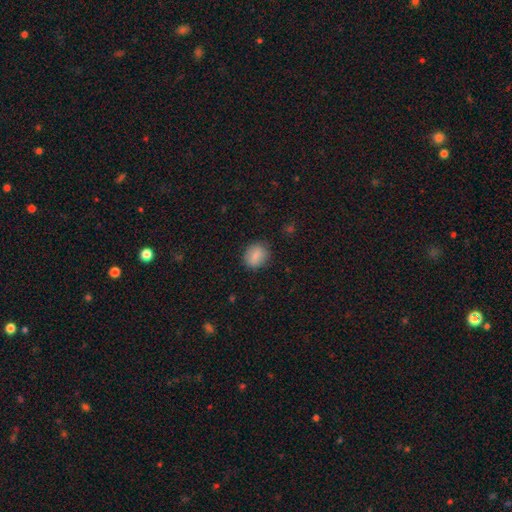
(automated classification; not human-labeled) Overall: smooth (84%). How rounded: in between (53%; round 46%). Merging: none (83%).